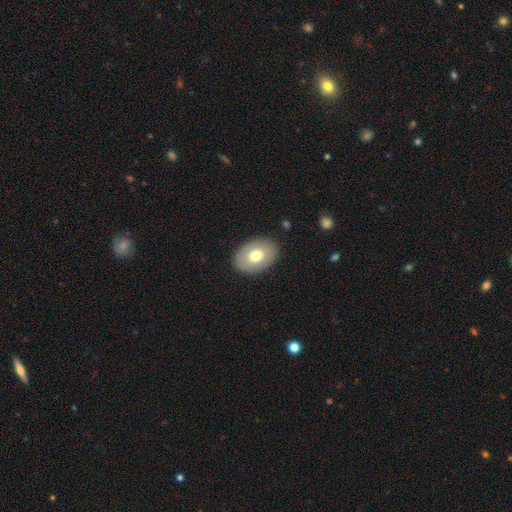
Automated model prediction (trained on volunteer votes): Smooth or featured? smooth (66%)
How rounded? in between (80%)
Merging? none (87%)